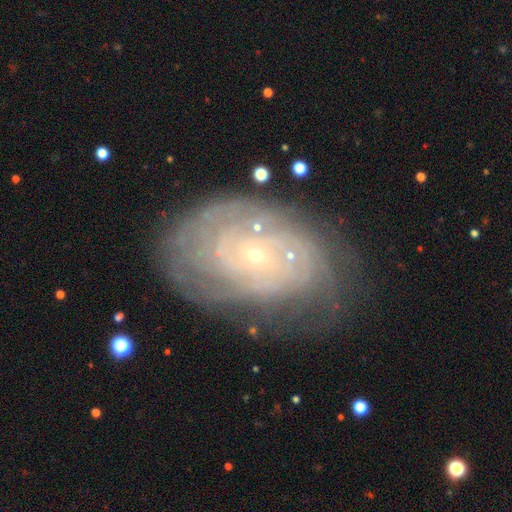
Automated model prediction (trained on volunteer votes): featured or disk 81%, smooth 12%, star or artifact 8%. Down the decision tree: edge-on disk — no (96%); bar — no (80%); spiral arms — yes (88%); spiral arm count — can't tell (50%); spiral winding — tight (79%); bulge size — small (89%); merging — none (67%).